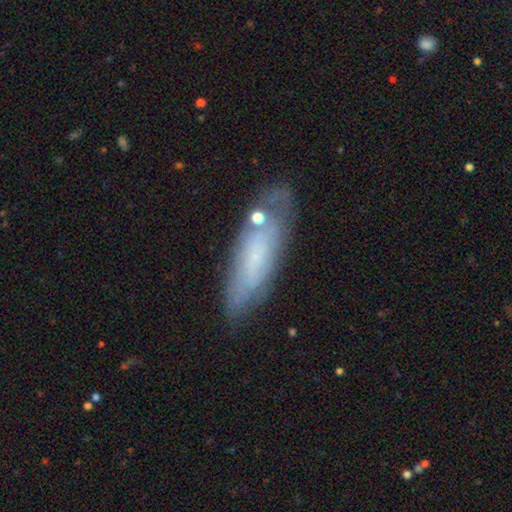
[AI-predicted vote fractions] smooth_or_featured: smooth (p=0.48) [alt: featured or disk p=0.43]
merging: none (p=0.70) [alt: minor disturbance p=0.19]